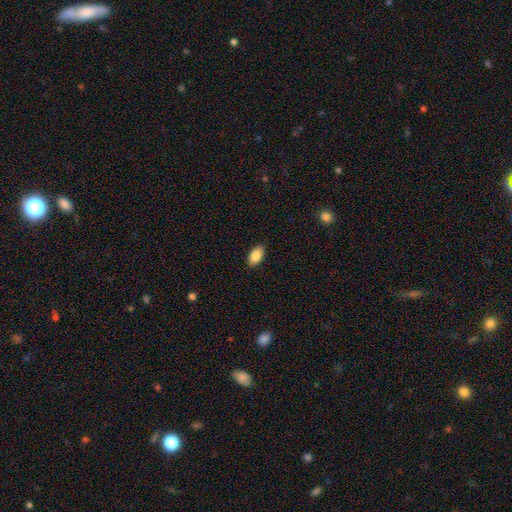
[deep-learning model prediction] Smooth or featured? smooth (88%)
How rounded? in between (94%)
Merging? none (89%)